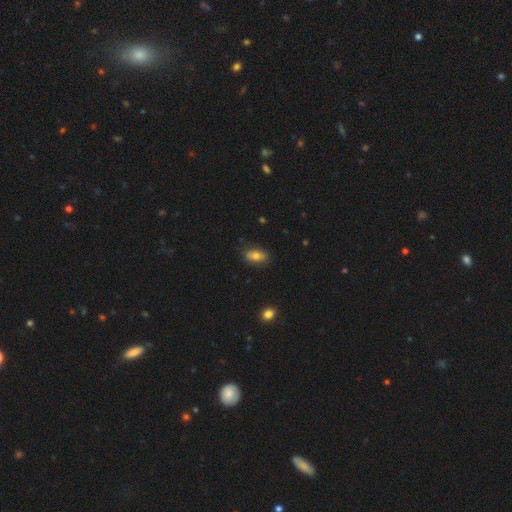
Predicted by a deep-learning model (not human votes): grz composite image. It shows a smooth galaxy with no disk features (68%) that is in between round and cigar-shaped (87%). Merging: none (78%).